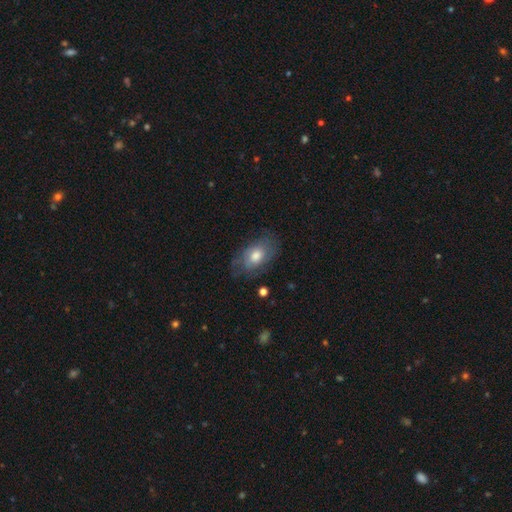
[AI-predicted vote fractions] Smooth or featured? Predicted: smooth (p=0.54). How rounded? Predicted: in between (p=0.87). Merging? Predicted: none (p=0.67).